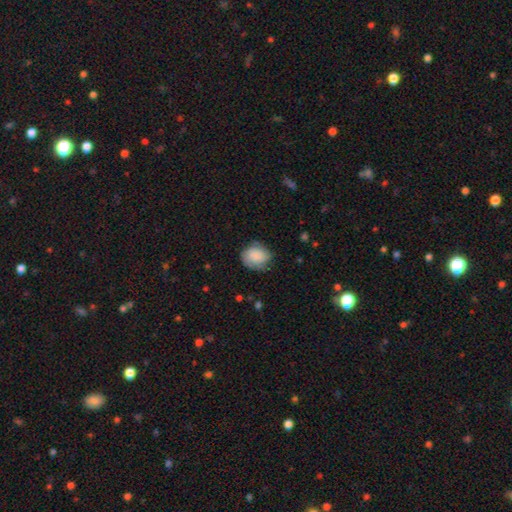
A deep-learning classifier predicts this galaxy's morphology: Smooth or featured: smooth — 72% (featured or disk — 20%)
How rounded: round — 57% (in between — 42%)
Merging: none — 56% (minor disturbance — 30%)